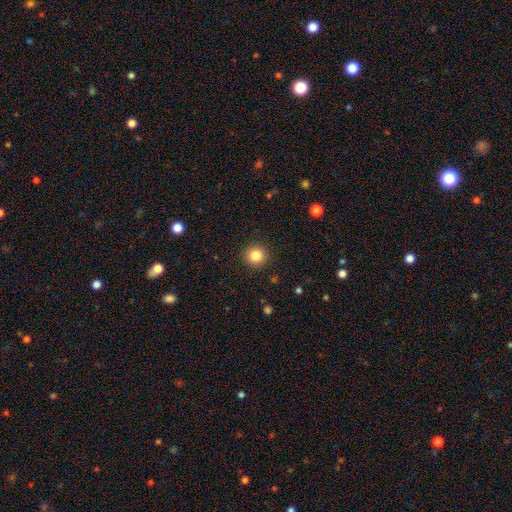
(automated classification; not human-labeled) smooth 84%, star or artifact 11%, featured or disk 5%. Down the decision tree: how rounded — round (94%); merging — none (92%).